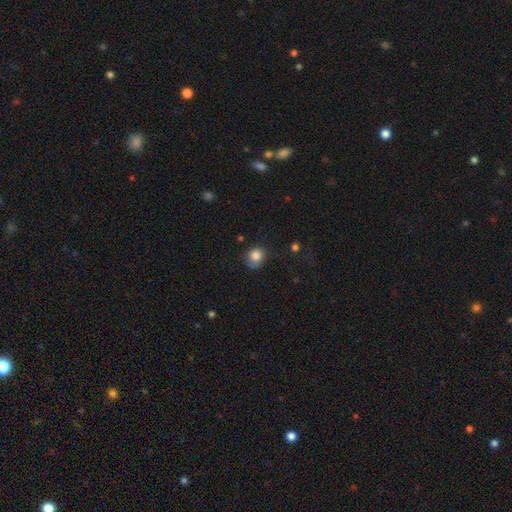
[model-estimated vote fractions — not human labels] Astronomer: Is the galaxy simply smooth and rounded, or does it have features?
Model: smooth — 81%.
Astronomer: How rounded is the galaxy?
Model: round — 79%.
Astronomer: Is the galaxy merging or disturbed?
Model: none — 62%.